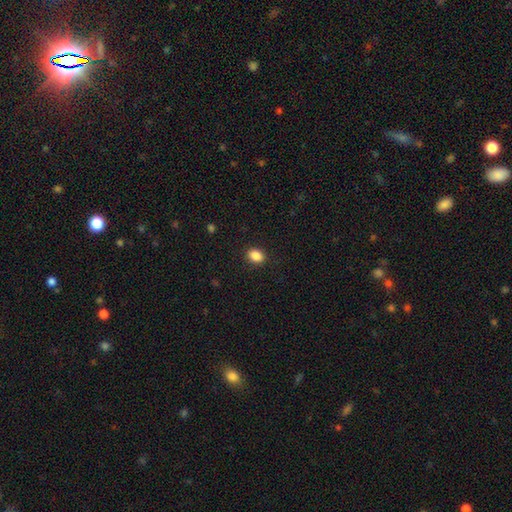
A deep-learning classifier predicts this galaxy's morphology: Smooth or featured? smooth (88%)
How rounded? in between (70%)
Merging? none (90%)